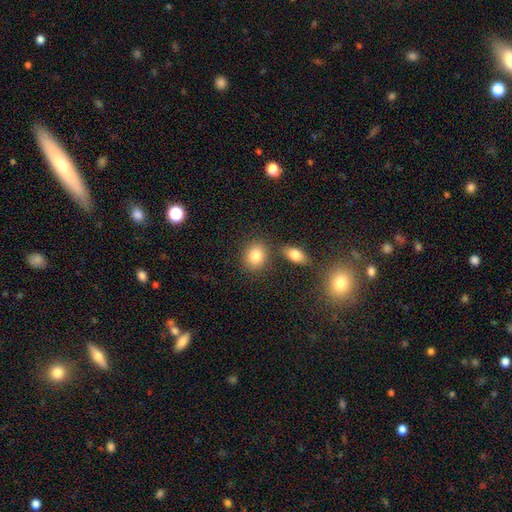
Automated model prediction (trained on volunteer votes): Smooth or featured? Predicted: smooth (p=0.83). How rounded? Predicted: round (p=0.58). Merging? Predicted: none (p=0.74).